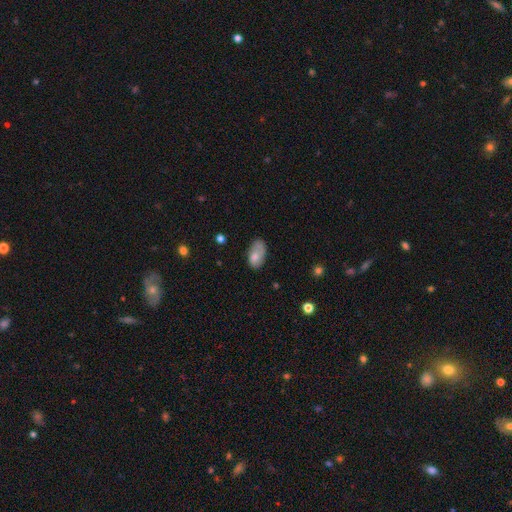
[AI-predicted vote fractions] Smooth or featured? smooth (73%)
How rounded? in between (93%)
Merging? none (51%)